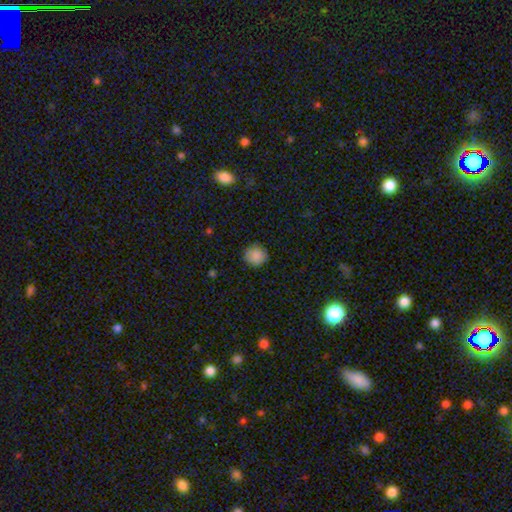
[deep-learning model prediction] Smooth or featured? Predicted: smooth (p=0.87). How rounded? Predicted: round (p=0.86). Merging? Predicted: none (p=0.86).